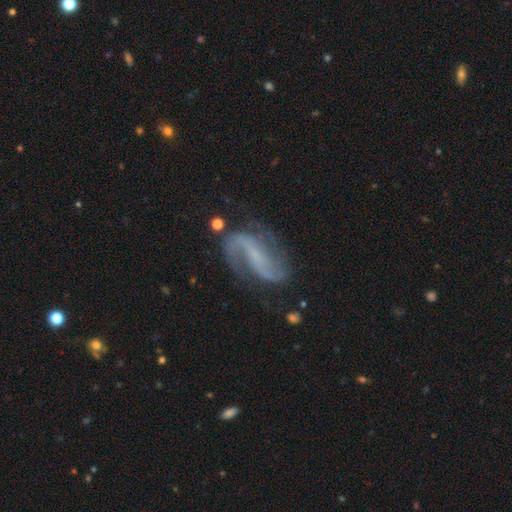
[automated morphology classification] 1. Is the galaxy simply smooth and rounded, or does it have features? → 87% featured or disk, 7% star or artifact, 6% smooth.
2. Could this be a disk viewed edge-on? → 96% no, 4% yes.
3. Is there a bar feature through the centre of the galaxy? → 38% weak, 35% strong, 28% no.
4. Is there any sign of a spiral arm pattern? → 96% yes, 4% no.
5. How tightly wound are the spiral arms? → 46% loose, 41% medium, 13% tight.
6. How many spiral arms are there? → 90% 2, 3% can't tell, 3% 1, 2% 3, 1% 4, 1% more than 4.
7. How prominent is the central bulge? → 45% none, 42% small, 9% moderate, 2% large, 1% dominant.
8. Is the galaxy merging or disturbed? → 70% none, 17% minor disturbance, 10% major disturbance, 3% merger.